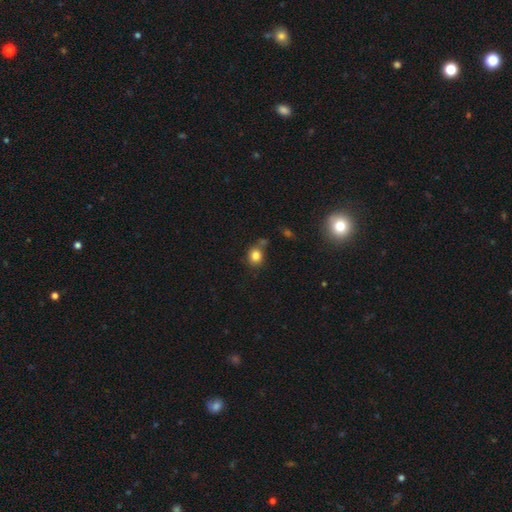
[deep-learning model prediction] Smooth or featured: smooth — 82% (star or artifact — 11%)
How rounded: round — 73% (in between — 26%)
Merging: none — 69% (minor disturbance — 15%)